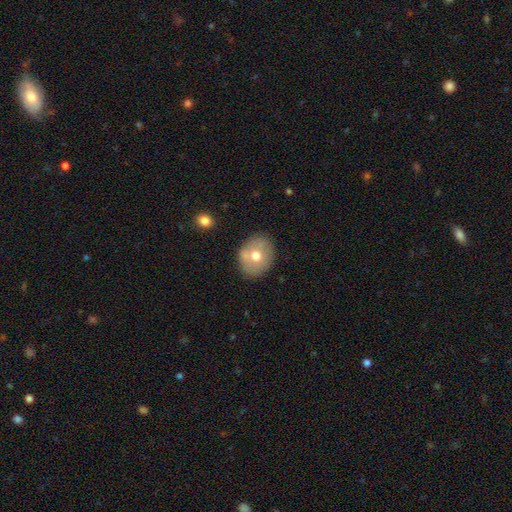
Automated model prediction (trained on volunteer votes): Smooth or featured: smooth — 63% (featured or disk — 29%)
How rounded: round — 57% (in between — 42%)
Merging: none — 76% (minor disturbance — 15%)